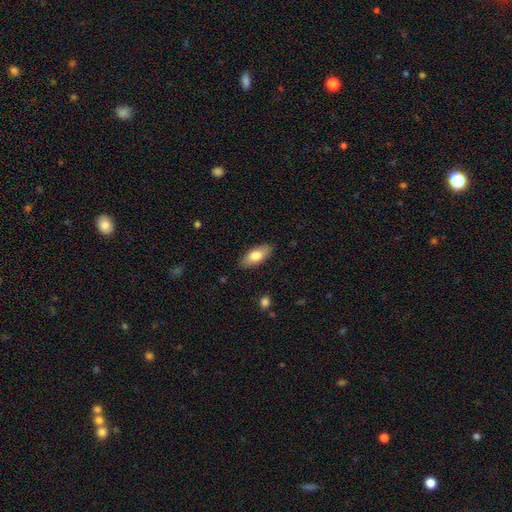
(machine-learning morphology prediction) type=smooth (76%); roundness=in between (87%); merging=none (87%).